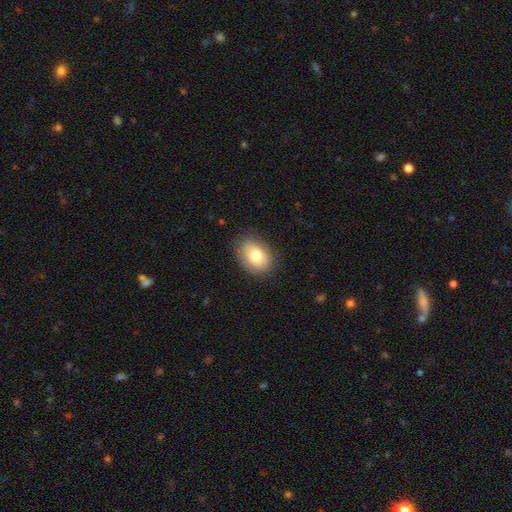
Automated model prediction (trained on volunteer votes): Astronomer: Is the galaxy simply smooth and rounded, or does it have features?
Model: smooth — 79%.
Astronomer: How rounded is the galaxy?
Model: in between — 76%.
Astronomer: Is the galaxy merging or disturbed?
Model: none — 82%.